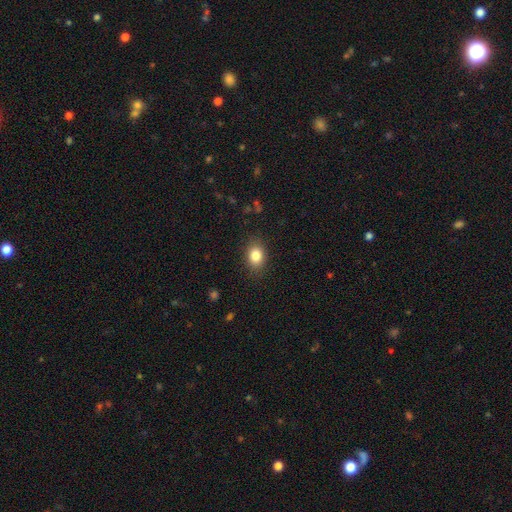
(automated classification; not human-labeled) Smooth or featured: smooth — 84% (star or artifact — 9%)
How rounded: in between — 71% (round — 28%)
Merging: none — 85% (minor disturbance — 11%)